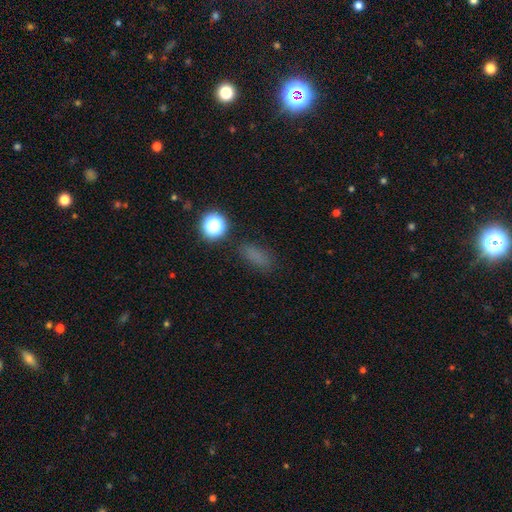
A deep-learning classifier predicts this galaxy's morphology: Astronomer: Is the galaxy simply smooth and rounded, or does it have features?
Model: smooth — 72%.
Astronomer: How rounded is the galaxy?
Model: in between — 62%.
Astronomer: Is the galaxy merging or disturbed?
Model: none — 81%.